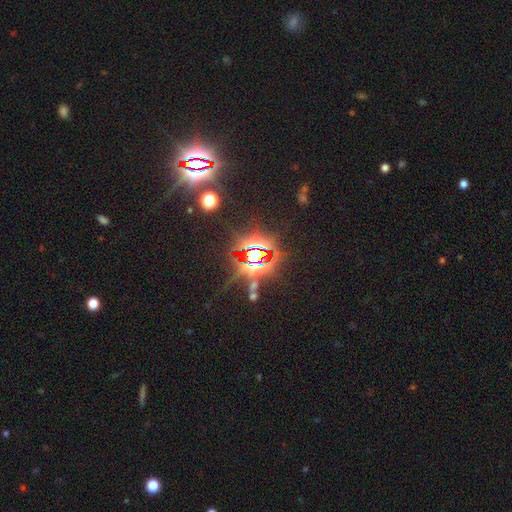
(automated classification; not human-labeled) The model was most divided on "smooth or featured": star or artifact: 85%, smooth: 8%, featured or disk: 7%.